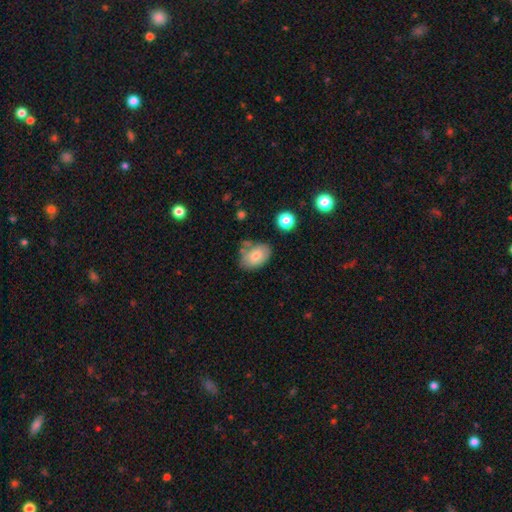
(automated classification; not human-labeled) This is likely a smooth galaxy (77%). How rounded: clearly in between (85%). Merging: likely none (62%).